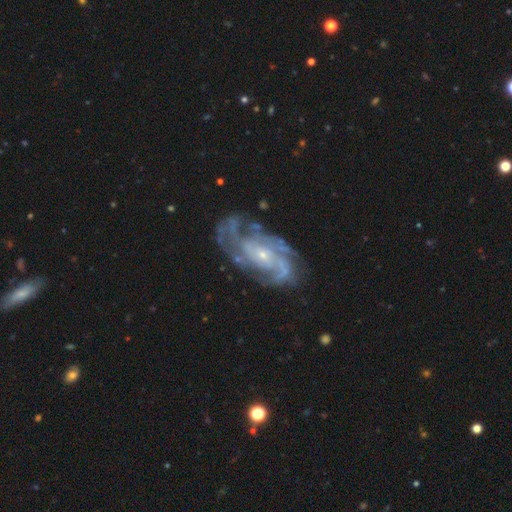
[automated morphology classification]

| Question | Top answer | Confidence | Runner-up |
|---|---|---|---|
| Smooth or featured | featured or disk | 89% | star or artifact (6%) |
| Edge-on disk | no | 96% | yes (4%) |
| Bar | no | 68% | weak (25%) |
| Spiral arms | yes | 97% | no (3%) |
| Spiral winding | tight | 51% | medium (40%) |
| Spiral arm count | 3 | 25% | 2 (22%) |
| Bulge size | small | 79% | moderate (16%) |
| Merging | none | 66% | minor disturbance (20%) |